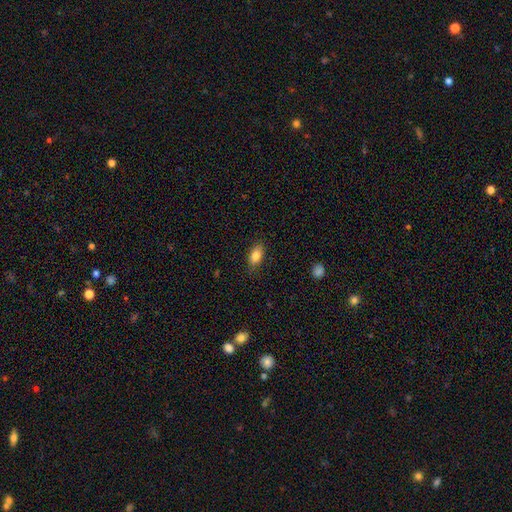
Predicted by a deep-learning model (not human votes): Overall: smooth (84%). How rounded: in between (87%). Merging: none (84%).